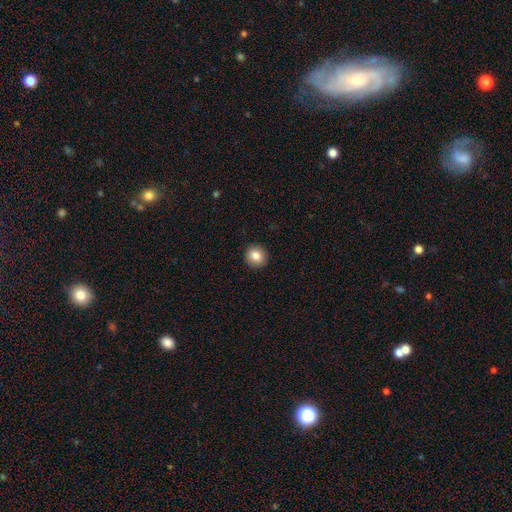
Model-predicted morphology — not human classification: Smooth or featured? smooth (84%)
How rounded? round (90%)
Merging? none (93%)